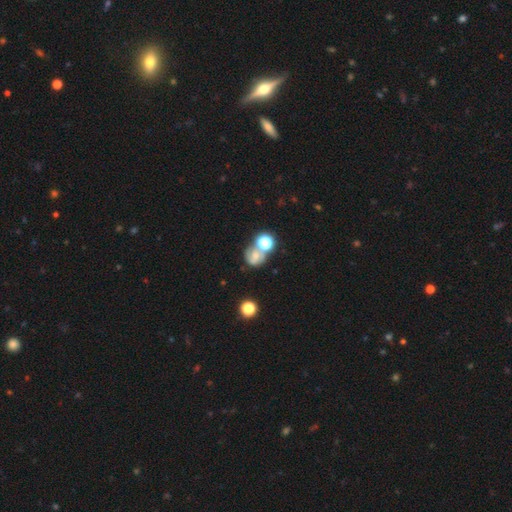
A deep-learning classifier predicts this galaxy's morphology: Q: Smooth or featured?
A: featured or disk (41%); runner-up: smooth (40%)
Q: Merging?
A: merger (39%); runner-up: none (36%)